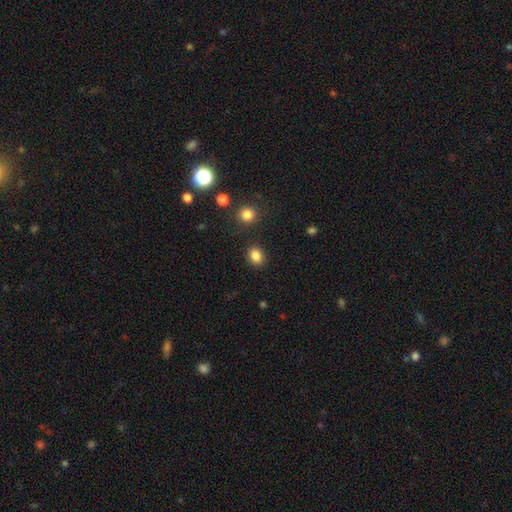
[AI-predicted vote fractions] The model was most divided on "how rounded": round: 54%, in between: 45%, cigar-shaped: 1%. More confident: merging — none (87%); smooth or featured — smooth (84%).